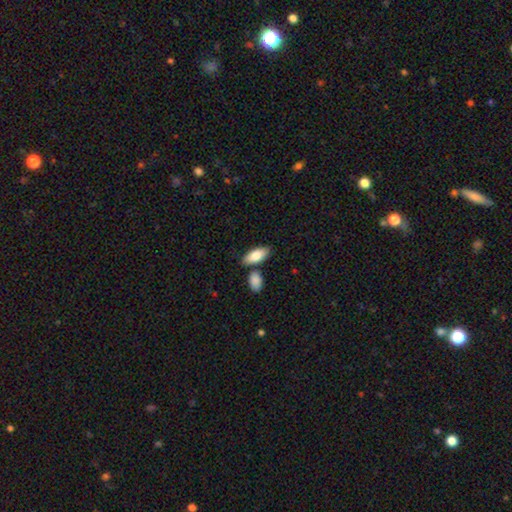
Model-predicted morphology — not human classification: This appears to be a smooth galaxy with no disk features (83%) that is in between round and cigar-shaped (87%). Merging: none (72%).